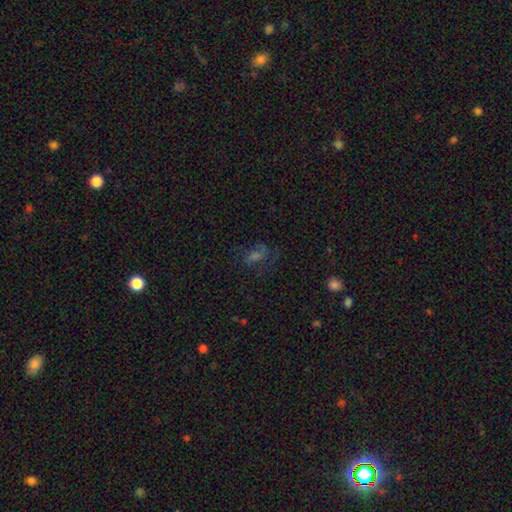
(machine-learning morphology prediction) The model was most divided on "smooth or featured": featured or disk: 38%, star or artifact: 33%, smooth: 29%. More confident: merging — none (56%).